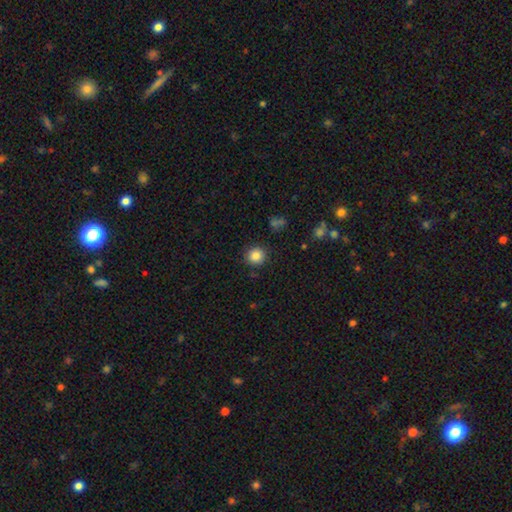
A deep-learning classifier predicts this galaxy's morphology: Q: Smooth or featured?
A: smooth (84%); runner-up: star or artifact (11%)
Q: How rounded?
A: round (92%); runner-up: in between (8%)
Q: Merging?
A: none (89%); runner-up: minor disturbance (7%)